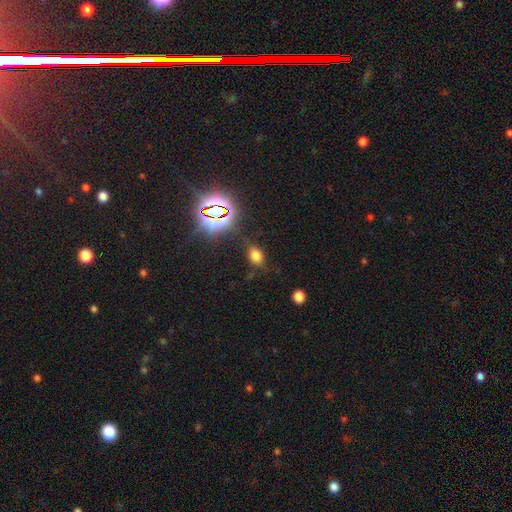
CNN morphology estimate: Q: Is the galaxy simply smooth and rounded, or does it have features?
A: smooth — 66%.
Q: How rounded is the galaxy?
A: in between — 75%.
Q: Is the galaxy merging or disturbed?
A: none — 75%.